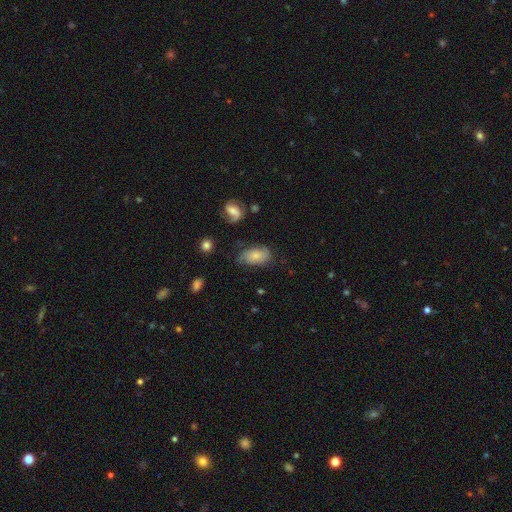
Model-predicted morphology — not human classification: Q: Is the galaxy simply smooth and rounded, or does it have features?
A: smooth — 55%.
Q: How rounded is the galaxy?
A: in between — 91%.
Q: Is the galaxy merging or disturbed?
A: none — 55%.